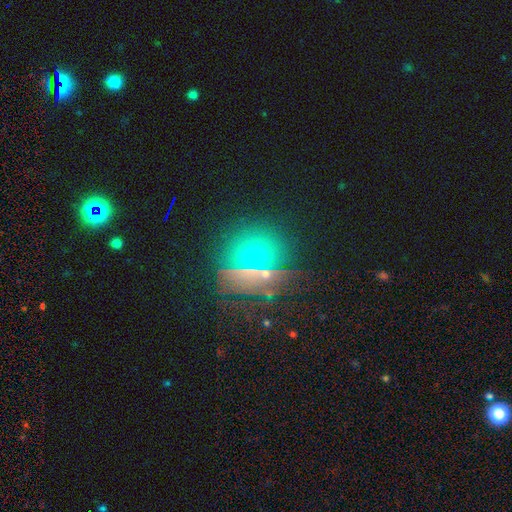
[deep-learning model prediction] smooth 52%, star or artifact 35%, featured or disk 14%. Down the decision tree: how rounded — round (83%); merging — none (72%).